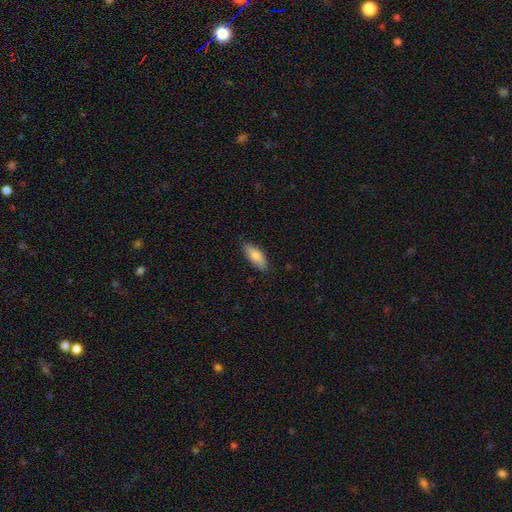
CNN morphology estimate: smooth_or_featured: smooth (p=0.83) [alt: featured or disk p=0.11]
how_rounded: in between (p=0.79) [alt: cigar-shaped p=0.20]
merging: none (p=0.83) [alt: minor disturbance p=0.14]